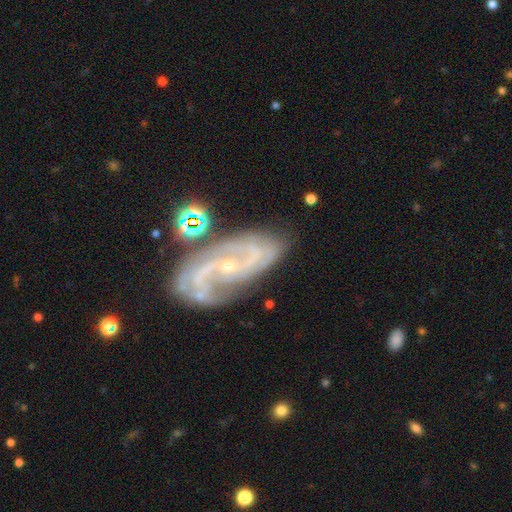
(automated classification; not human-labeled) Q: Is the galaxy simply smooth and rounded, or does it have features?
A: featured or disk — 84%.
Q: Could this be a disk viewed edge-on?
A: no — 97%.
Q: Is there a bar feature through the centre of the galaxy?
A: no — 47%.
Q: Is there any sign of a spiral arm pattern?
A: yes — 95%.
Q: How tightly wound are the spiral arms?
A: medium — 51%.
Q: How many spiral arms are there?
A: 2 — 68%.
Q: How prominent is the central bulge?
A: small — 76%.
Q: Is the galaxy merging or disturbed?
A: none — 55%.